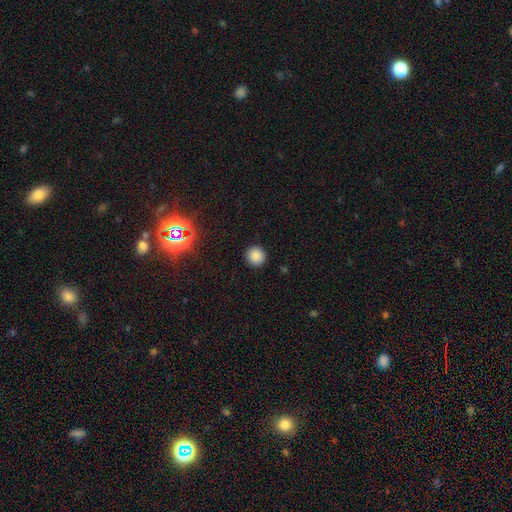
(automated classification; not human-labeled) This is clearly a smooth galaxy (84%). How rounded: clearly round (94%). Merging: clearly none (92%).